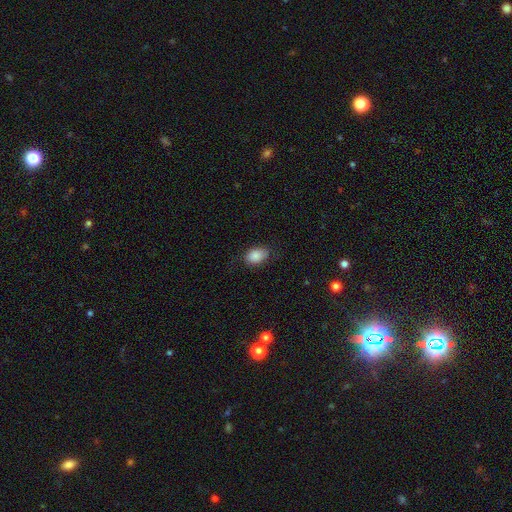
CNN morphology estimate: A smooth galaxy with no disk features (86%) that is in between round and cigar-shaped (82%).

Vote fractions:
- Smooth or featured? smooth: 86% / star or artifact: 8% / featured or disk: 6%
- How rounded? in between: 82% / round: 16% / cigar-shaped: 1%
- Merging? none: 77% / minor disturbance: 17% / major disturbance: 4% / merger: 1%